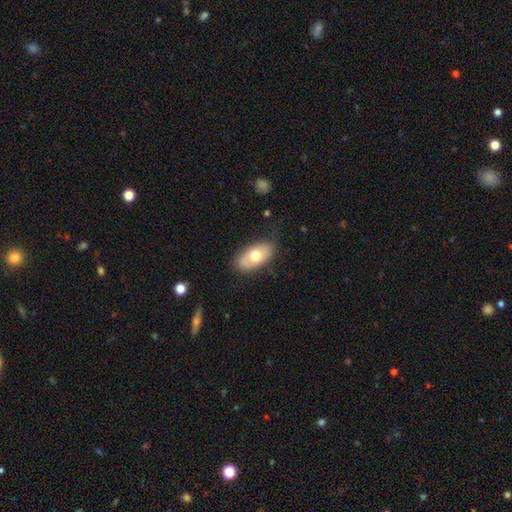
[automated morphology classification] A smooth galaxy with no disk features (63%) that is in between round and cigar-shaped (92%).

Vote fractions:
- Smooth or featured? smooth: 63% / featured or disk: 31% / star or artifact: 6%
- How rounded? in between: 92% / round: 5% / cigar-shaped: 3%
- Merging? none: 80% / minor disturbance: 15% / major disturbance: 3% / merger: 1%